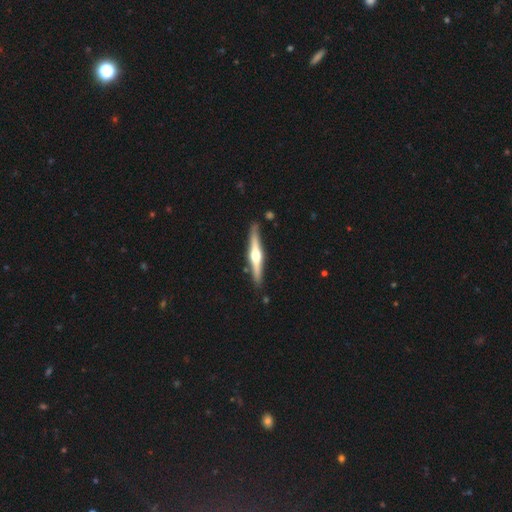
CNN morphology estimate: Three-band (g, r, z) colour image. It shows a featured or disk galaxy (75%) viewed edge-on (98%) with a rounded central bulge (95%). Merging: none (87%).